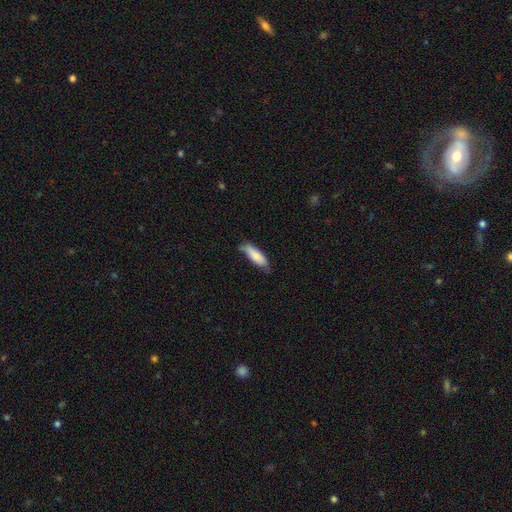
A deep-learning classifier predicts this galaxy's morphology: The model was most divided on "how rounded": in between: 53%, cigar-shaped: 46%, round: 2%. More confident: smooth or featured — smooth (81%); merging — none (64%).